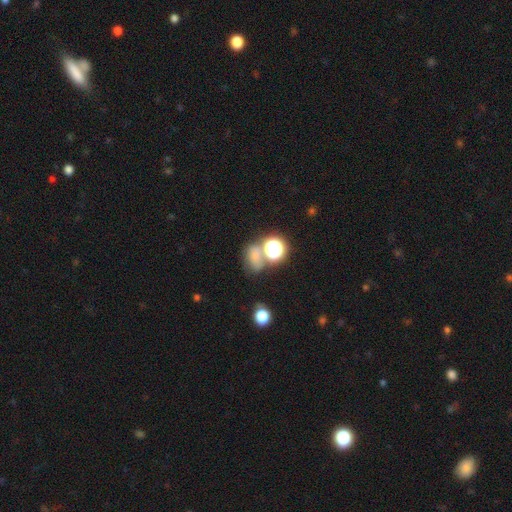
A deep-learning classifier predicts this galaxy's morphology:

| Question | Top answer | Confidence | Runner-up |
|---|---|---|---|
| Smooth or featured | smooth | 62% | star or artifact (27%) |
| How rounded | in between | 52% | round (46%) |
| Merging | none | 48% | merger (27%) |